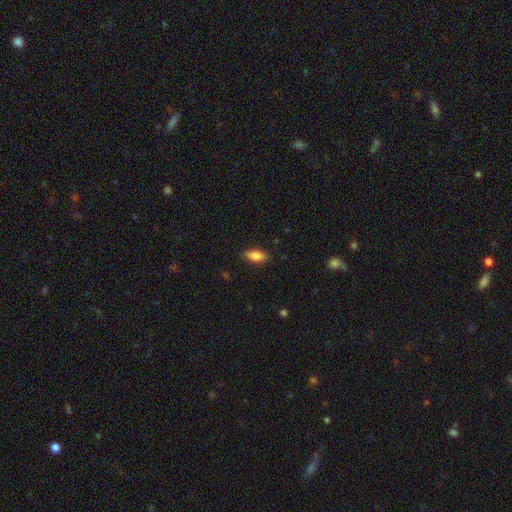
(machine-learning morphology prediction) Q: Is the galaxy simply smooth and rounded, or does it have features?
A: smooth — 80%.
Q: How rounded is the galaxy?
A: in between — 80%.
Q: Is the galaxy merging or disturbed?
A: none — 84%.